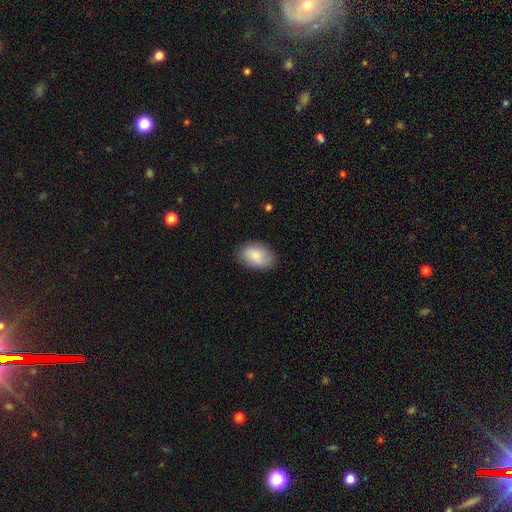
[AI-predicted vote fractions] A smooth galaxy with no disk features (85%) that is in between round and cigar-shaped (88%).

Vote fractions:
- Smooth or featured? smooth: 85% / featured or disk: 9% / star or artifact: 6%
- How rounded? in between: 88% / round: 11% / cigar-shaped: 1%
- Merging? none: 82% / minor disturbance: 14% / major disturbance: 3% / merger: 1%